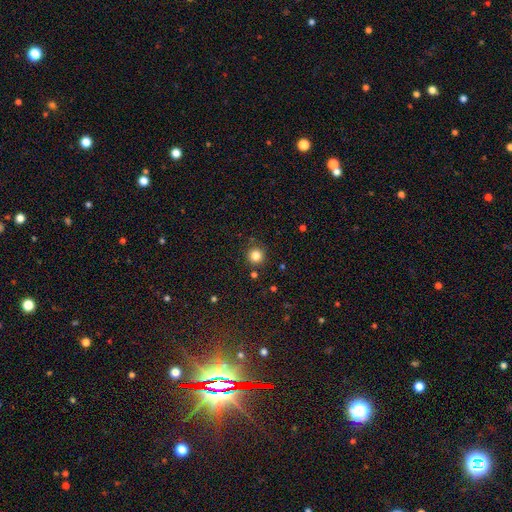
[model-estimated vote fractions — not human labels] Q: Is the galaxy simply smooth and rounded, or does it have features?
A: smooth — 83%.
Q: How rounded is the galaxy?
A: round — 95%.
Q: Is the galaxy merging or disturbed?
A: none — 88%.